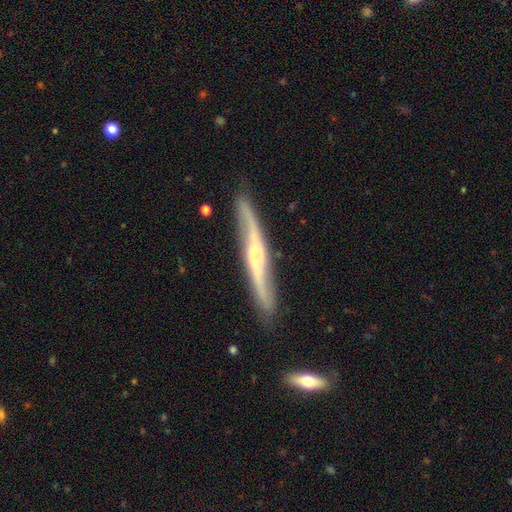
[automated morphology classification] Smooth or featured? featured or disk (77%)
Edge-on disk? yes (59%)
Merging? none (78%)